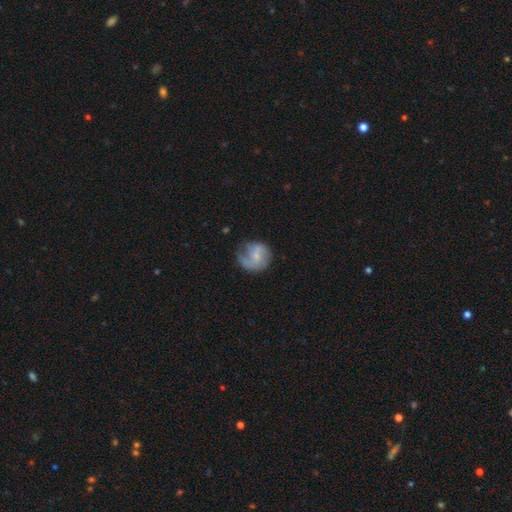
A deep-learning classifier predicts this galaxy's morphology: A featured or disk galaxy (46%, tied with smooth). Merging: none (47%).